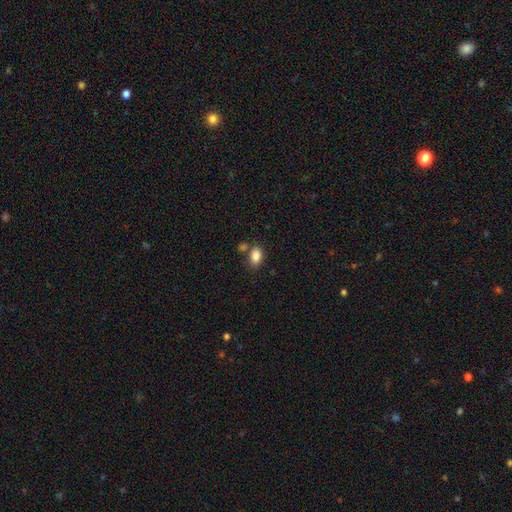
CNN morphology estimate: smooth 86%, star or artifact 9%, featured or disk 5%. Down the decision tree: how rounded — in between (86%); merging — none (66%).